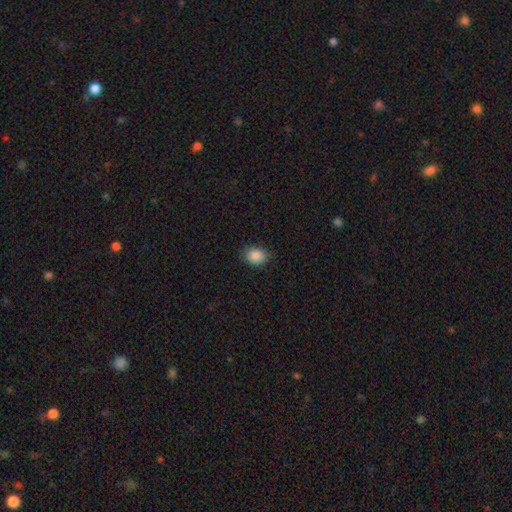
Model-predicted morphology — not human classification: A smooth galaxy with no disk features (88%) that is in between round and cigar-shaped (53%). Merging: none (81%).